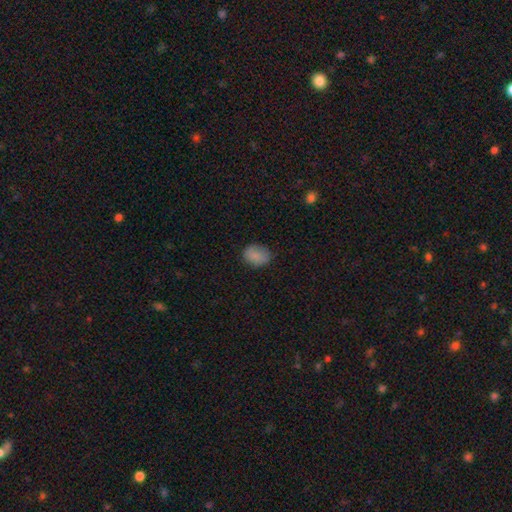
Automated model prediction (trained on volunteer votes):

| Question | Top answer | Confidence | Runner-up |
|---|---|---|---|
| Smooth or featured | smooth | 84% | star or artifact (10%) |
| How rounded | in between | 63% | round (36%) |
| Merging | none | 77% | minor disturbance (18%) |